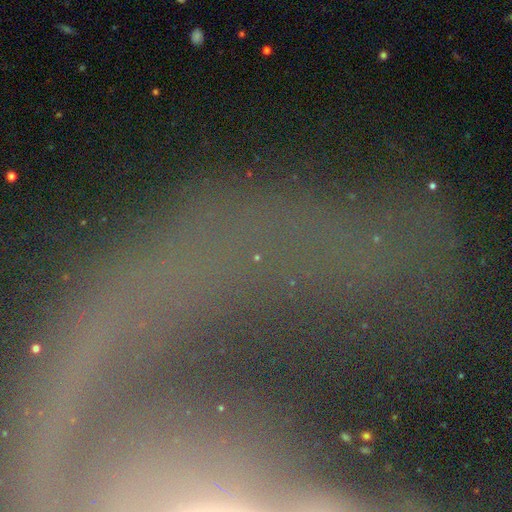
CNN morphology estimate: Smooth or featured? featured or disk (45%)
Merging? none (43%)